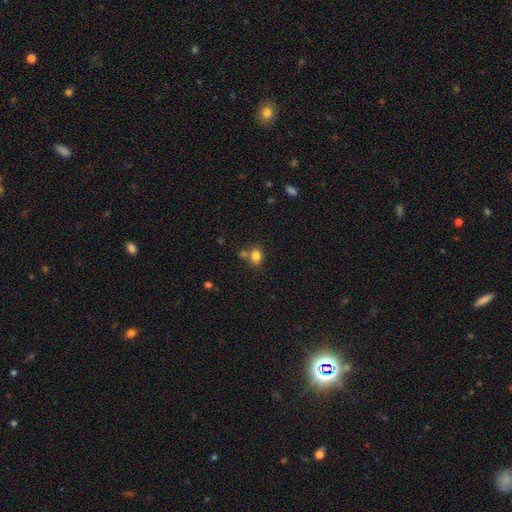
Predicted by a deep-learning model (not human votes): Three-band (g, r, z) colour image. It shows a smooth galaxy with no disk features (81%) that is round (54%). Merging: none (59%).